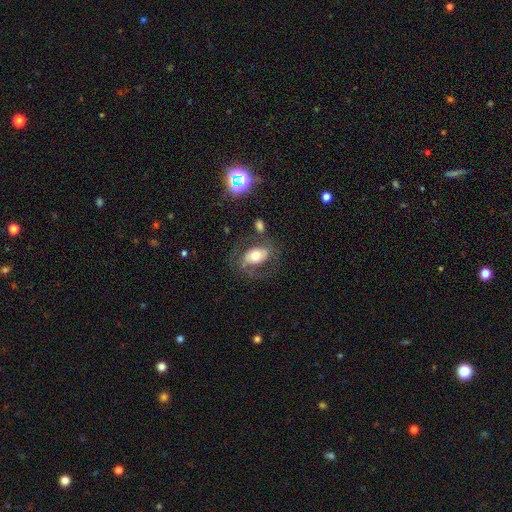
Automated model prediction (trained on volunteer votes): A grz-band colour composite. It shows a featured or disk galaxy (48%). Merging: none (58%).